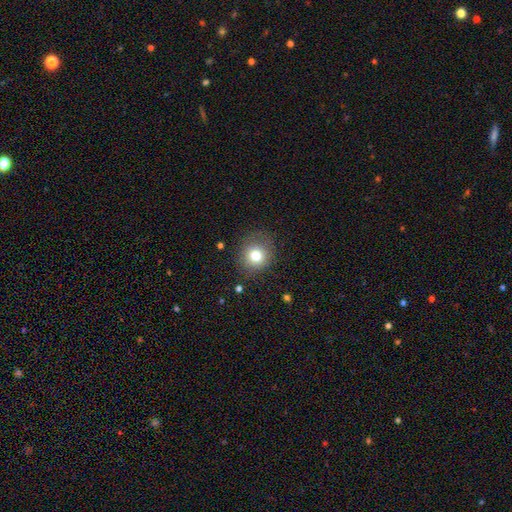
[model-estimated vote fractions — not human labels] smooth 77%, star or artifact 12%, featured or disk 11%. Down the decision tree: how rounded — round (84%); merging — none (82%).